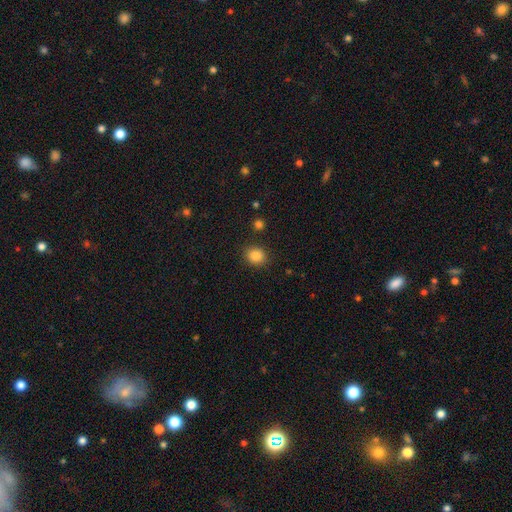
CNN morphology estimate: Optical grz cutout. It shows a smooth galaxy with no disk features (86%) that is round (76%). Merging: none (87%).